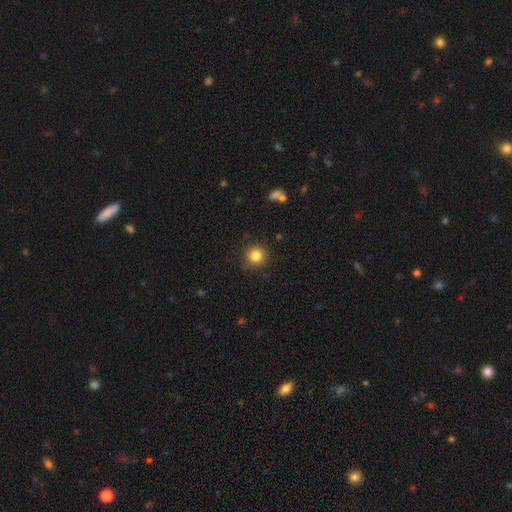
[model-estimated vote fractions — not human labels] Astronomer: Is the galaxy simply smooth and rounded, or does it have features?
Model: smooth — 83%.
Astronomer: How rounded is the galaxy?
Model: round — 93%.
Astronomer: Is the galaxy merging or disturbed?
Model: none — 88%.